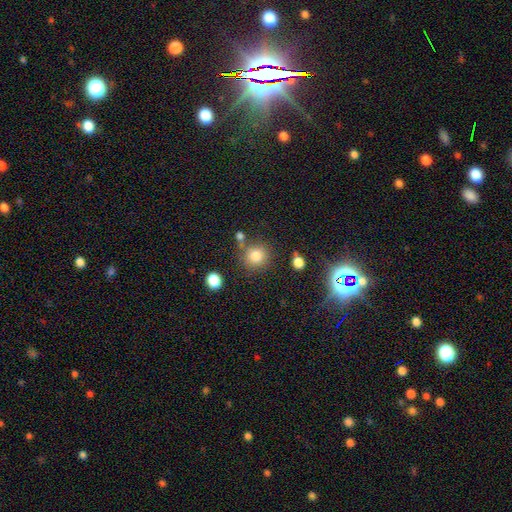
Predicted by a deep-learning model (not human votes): Smooth or featured?
  - smooth: 80% *
  - star or artifact: 12%
  - featured or disk: 8%
How rounded?
  - round: 89% *
  - in between: 10%
  - cigar-shaped: 1%
Merging?
  - none: 73% *
  - minor disturbance: 12%
  - merger: 11%
  - major disturbance: 5%